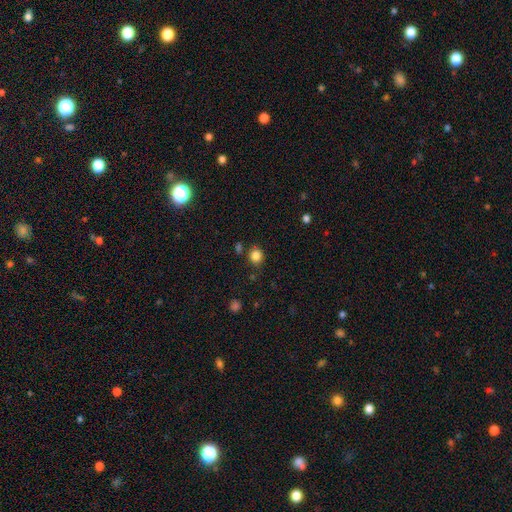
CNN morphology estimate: Q: Smooth or featured?
A: smooth (84%); runner-up: star or artifact (12%)
Q: How rounded?
A: round (83%); runner-up: in between (16%)
Q: Merging?
A: none (81%); runner-up: minor disturbance (10%)